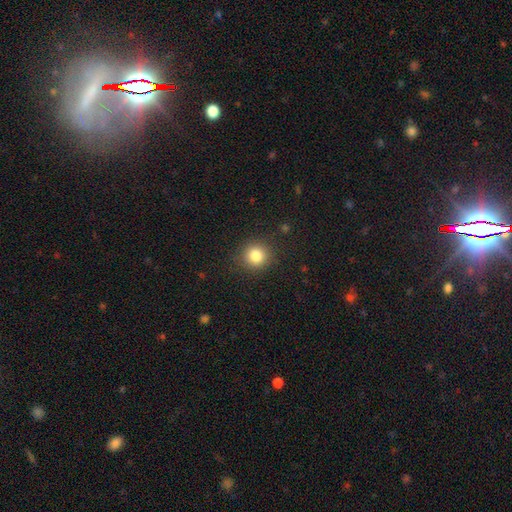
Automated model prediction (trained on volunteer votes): Smooth or featured? smooth (82%)
How rounded? round (91%)
Merging? none (89%)